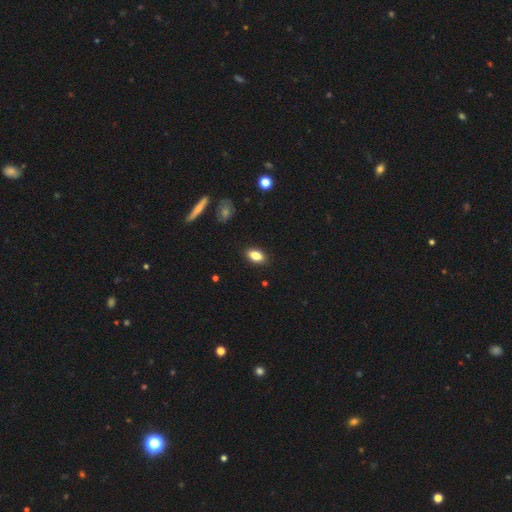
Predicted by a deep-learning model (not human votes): smooth 82%, featured or disk 9%, star or artifact 8%. Down the decision tree: how rounded — in between (88%); merging — none (88%).